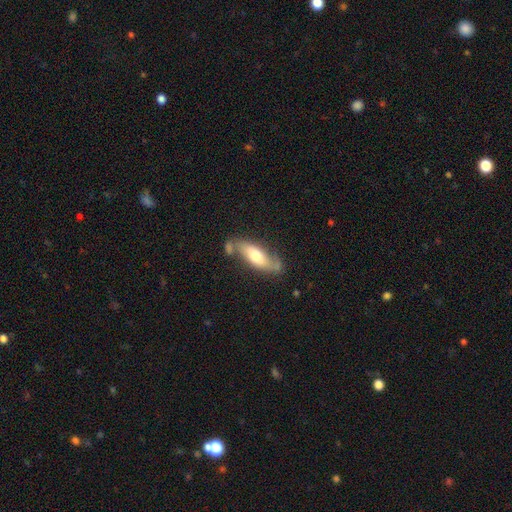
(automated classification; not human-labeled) smooth 51%, featured or disk 43%, star or artifact 6%. Down the decision tree: how rounded — in between (62%); merging — none (59%).